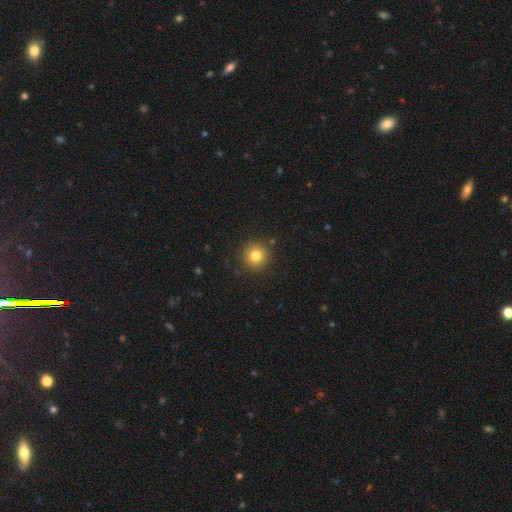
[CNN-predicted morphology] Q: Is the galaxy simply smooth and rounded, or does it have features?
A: smooth — 80%.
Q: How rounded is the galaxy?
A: round — 95%.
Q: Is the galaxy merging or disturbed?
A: none — 90%.